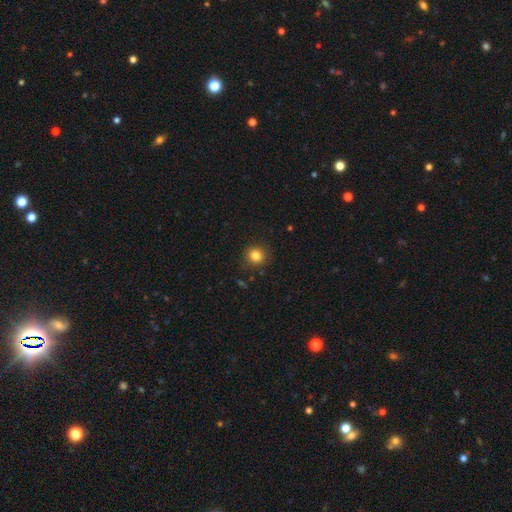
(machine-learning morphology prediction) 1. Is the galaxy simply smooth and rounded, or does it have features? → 83% smooth, 12% star or artifact, 5% featured or disk.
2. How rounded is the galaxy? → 89% round, 10% in between, 1% cigar-shaped.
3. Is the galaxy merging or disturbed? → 89% none, 7% minor disturbance, 2% major disturbance, 1% merger.